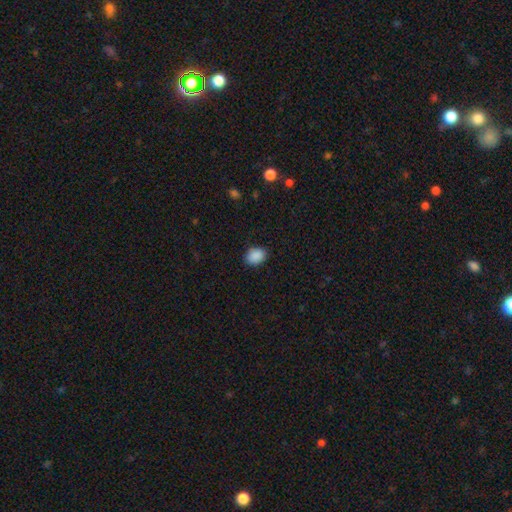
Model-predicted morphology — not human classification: A smooth galaxy with no disk features (89%) that is in between round and cigar-shaped (64%). Merging: none (87%).